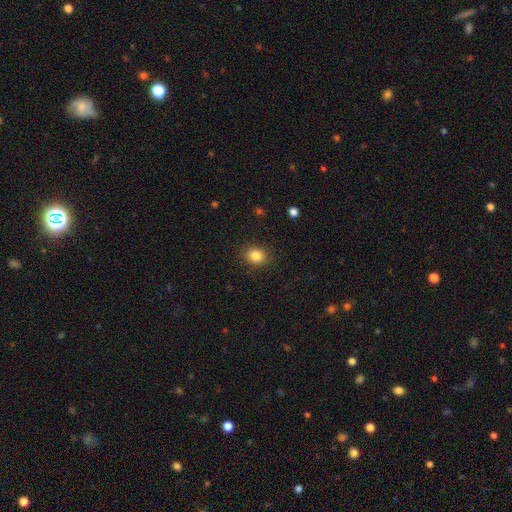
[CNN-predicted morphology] Smooth or featured: smooth — 84% (star or artifact — 11%)
How rounded: round — 55% (in between — 44%)
Merging: none — 88% (minor disturbance — 8%)